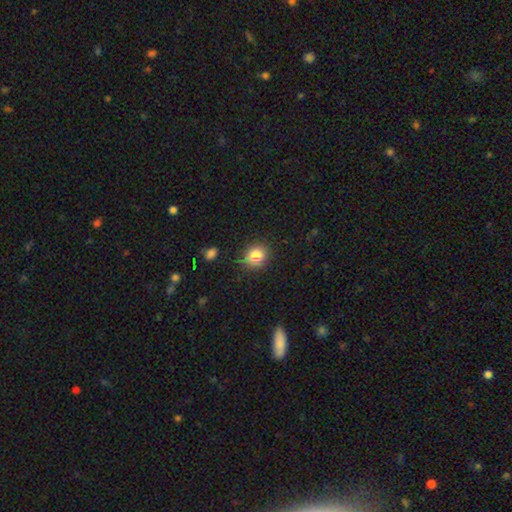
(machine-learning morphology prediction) smooth_or_featured: smooth (p=0.82) [alt: star or artifact p=0.11]
how_rounded: round (p=0.71) [alt: in between p=0.28]
merging: none (p=0.82) [alt: minor disturbance p=0.14]